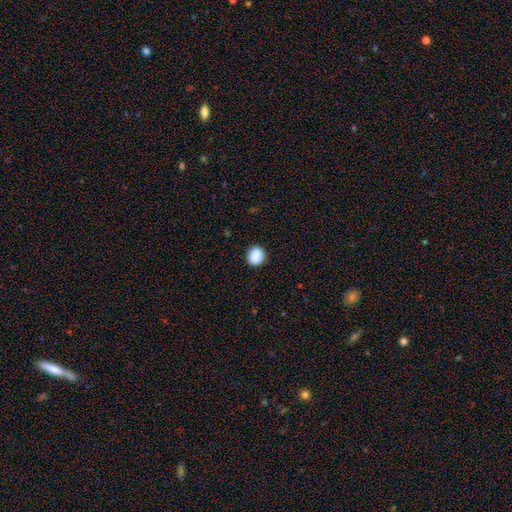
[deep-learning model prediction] A smooth galaxy with no disk features (88%) that is round (82%). Merging: none (88%).